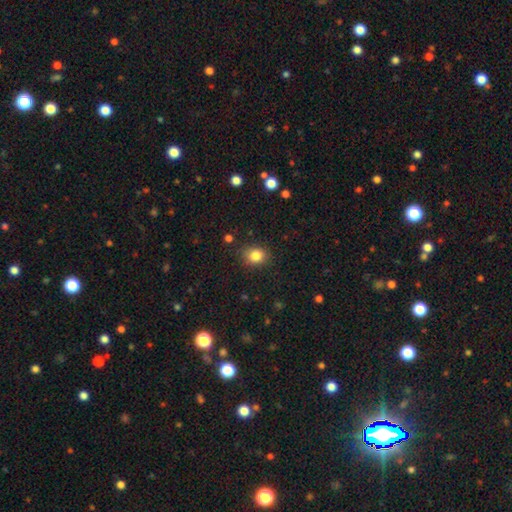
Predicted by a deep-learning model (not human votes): The model was most divided on "how rounded": round: 66%, in between: 33%, cigar-shaped: 1%. More confident: merging — none (85%); smooth or featured — smooth (84%).